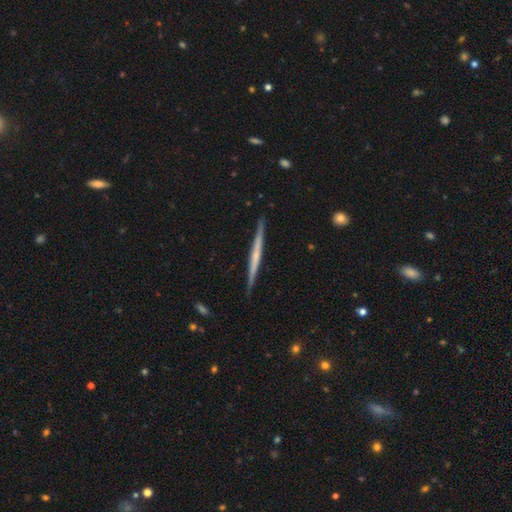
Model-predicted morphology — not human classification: smooth-or-featured: featured or disk: 63% | smooth: 32% | star or artifact: 5%
  disk-edge-on: yes: 98% | no: 2%
    edge-on-bulge: none: 71% | rounded: 22% | boxy: 7%
  merging: none: 91% | minor disturbance: 7% | major disturbance: 1% | merger: 1%